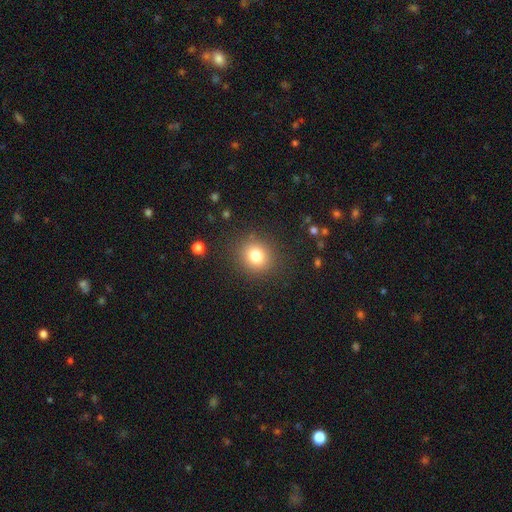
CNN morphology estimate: This appears to be a smooth galaxy with no disk features (80%) that is round (85%). Merging: none (87%).